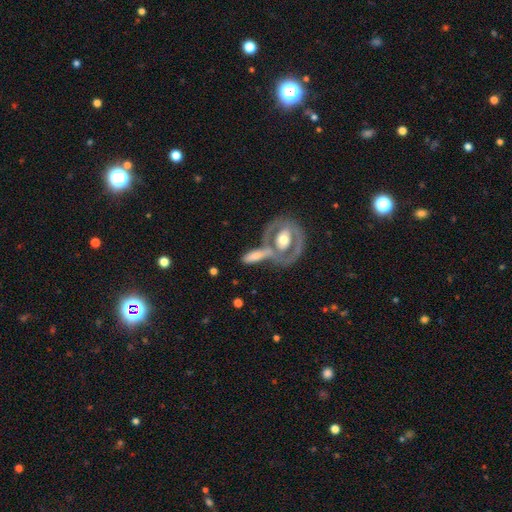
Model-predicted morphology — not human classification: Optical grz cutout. It shows a featured or disk galaxy (51%). Merging: merger (39%, tied with none).